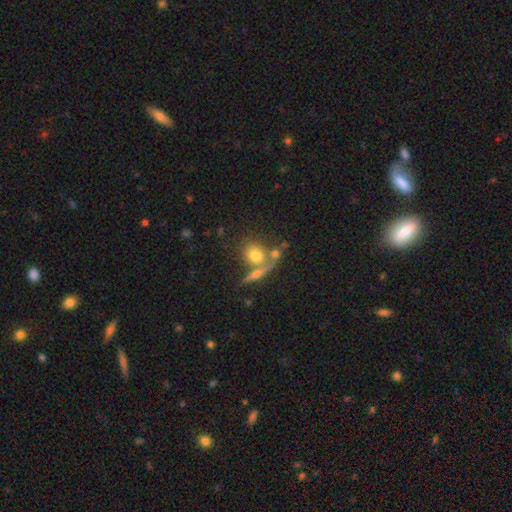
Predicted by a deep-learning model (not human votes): Smooth or featured?
  - smooth: 68% *
  - featured or disk: 22%
  - star or artifact: 10%
How rounded?
  - round: 71% *
  - in between: 25%
  - cigar-shaped: 4%
Merging?
  - none: 49% *
  - merger: 34%
  - minor disturbance: 11%
  - major disturbance: 6%